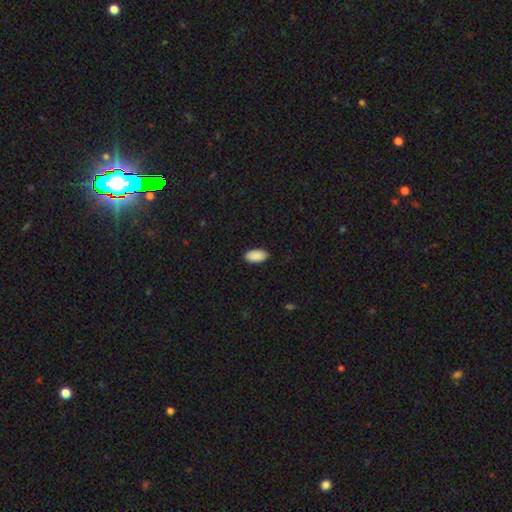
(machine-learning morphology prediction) smooth 91%, star or artifact 7%, featured or disk 3%. Down the decision tree: how rounded — in between (95%); merging — none (88%).